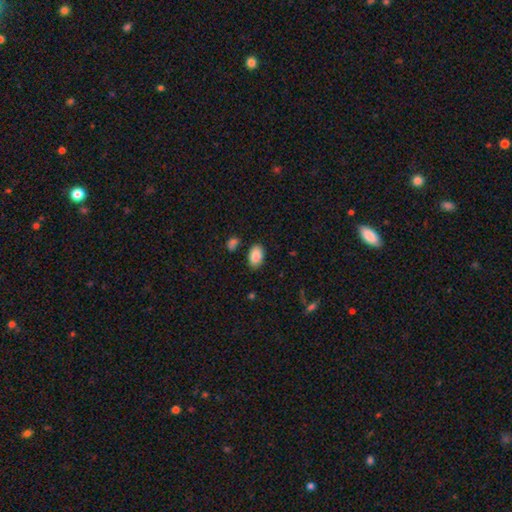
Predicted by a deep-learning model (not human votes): Smooth or featured: smooth — 87% (star or artifact — 7%)
How rounded: in between — 92% (round — 7%)
Merging: none — 80% (minor disturbance — 12%)